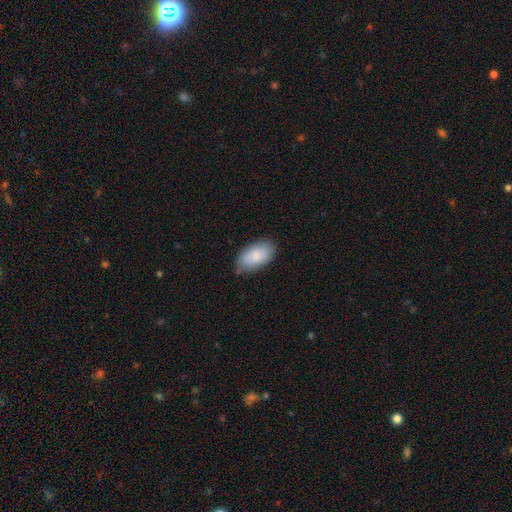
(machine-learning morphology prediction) The model was most divided on "merging": none: 77%, minor disturbance: 18%, major disturbance: 3%, merger: 1%. More confident: how rounded — in between (95%); smooth or featured — smooth (82%).